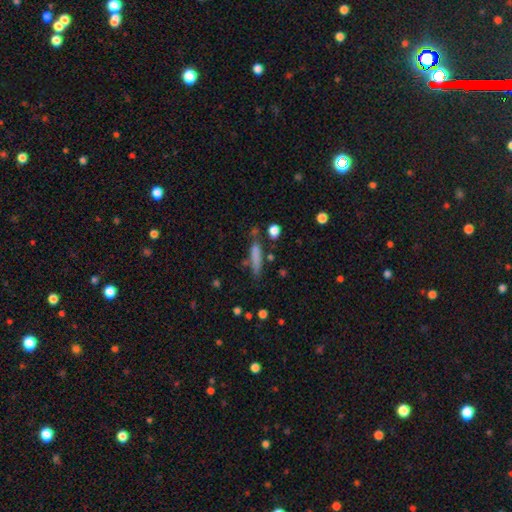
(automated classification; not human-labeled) Morphology: type=smooth (75%); roundness=cigar-shaped (82%); merging=none (66%).